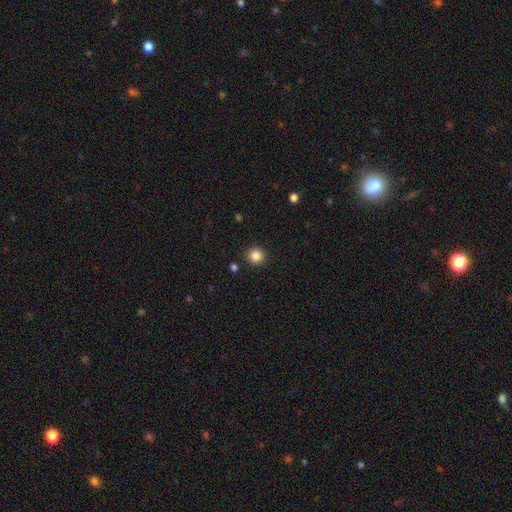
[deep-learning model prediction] smooth 86%, star or artifact 11%, featured or disk 3%. Down the decision tree: how rounded — round (94%); merging — none (91%).